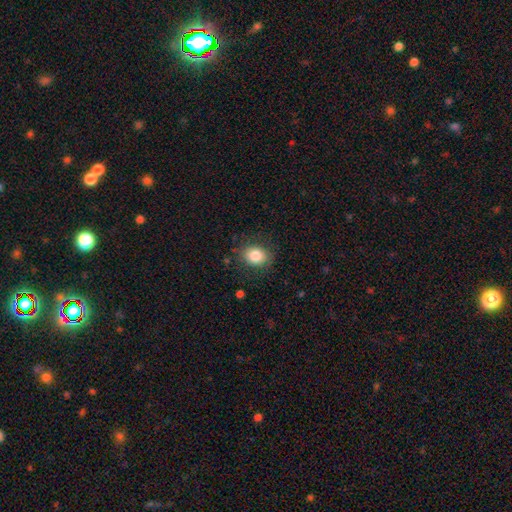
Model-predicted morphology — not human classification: A smooth galaxy with no disk features (83%) that is in between round and cigar-shaped (52%). Merging: none (83%).